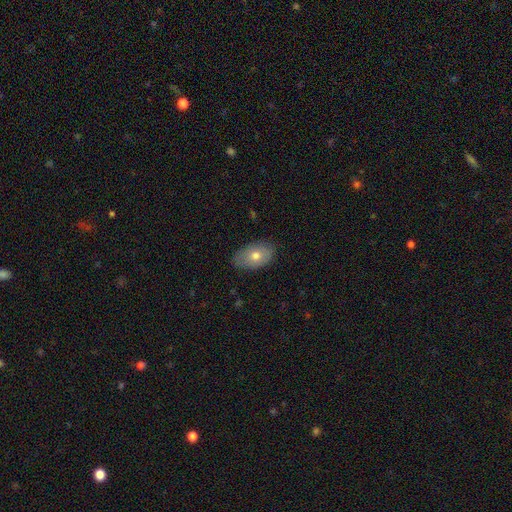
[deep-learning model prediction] A smooth galaxy with no disk features (72%) that is in between round and cigar-shaped (90%).

Vote fractions:
- Smooth or featured? smooth: 72% / featured or disk: 21% / star or artifact: 7%
- How rounded? in between: 90% / round: 9% / cigar-shaped: 1%
- Merging? none: 79% / minor disturbance: 17% / major disturbance: 3% / merger: 1%